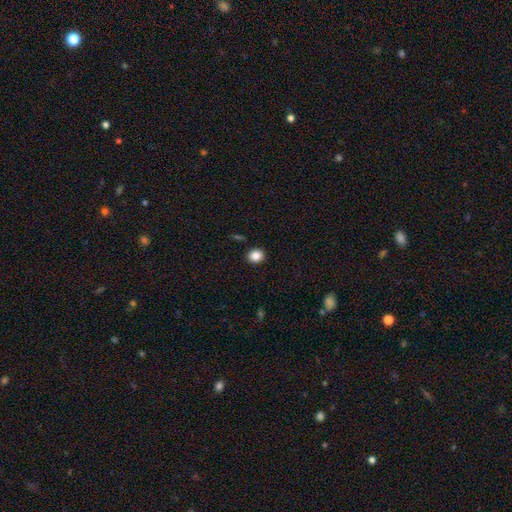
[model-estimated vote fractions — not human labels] Q: Smooth or featured?
A: smooth (85%); runner-up: star or artifact (10%)
Q: How rounded?
A: round (75%); runner-up: in between (24%)
Q: Merging?
A: none (91%); runner-up: minor disturbance (6%)